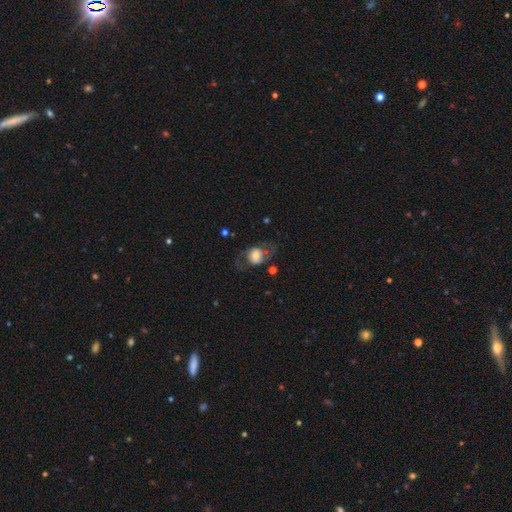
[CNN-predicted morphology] Smooth or featured: featured or disk — 51% (smooth — 41%)
Edge-on disk: no — 93% (yes — 7%)
Merging: none — 58% (major disturbance — 21%)